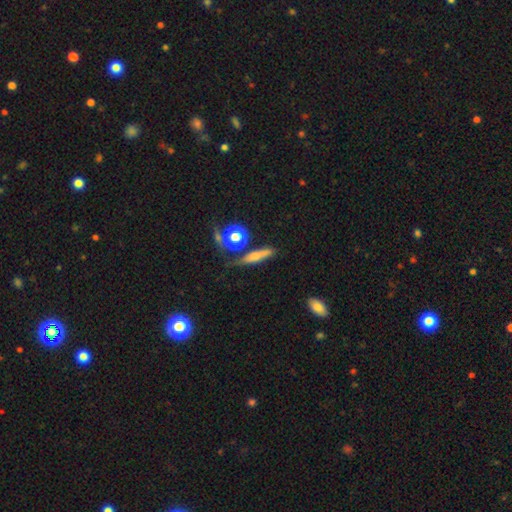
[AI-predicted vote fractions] A smooth galaxy with no disk features (63%) that is cigar-shaped (64%). Merging: none (65%).